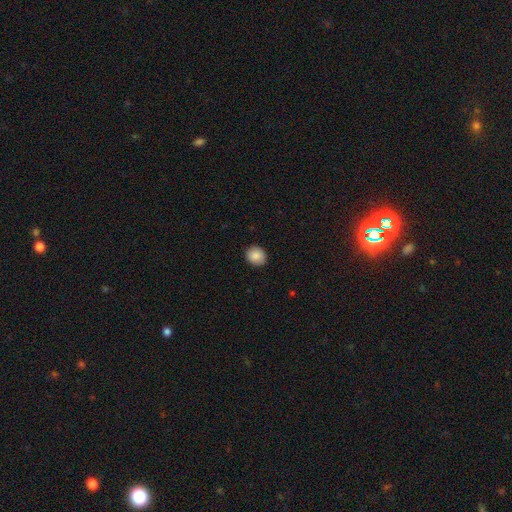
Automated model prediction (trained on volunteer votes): Morphology: type=smooth (88%); roundness=round (73%); merging=none (89%).